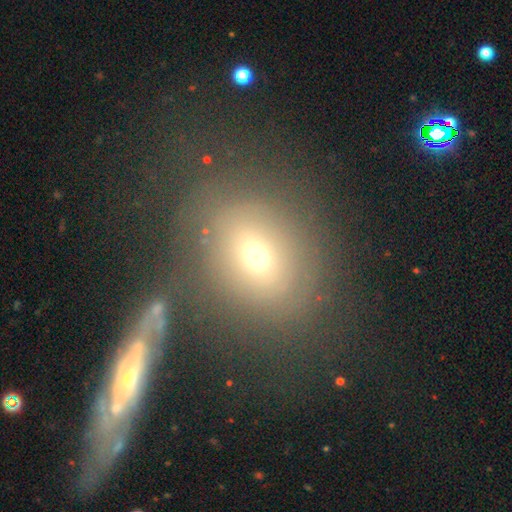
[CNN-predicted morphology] This appears to be a smooth galaxy with no disk features (62%) that is round (51%). Merging: none (64%).